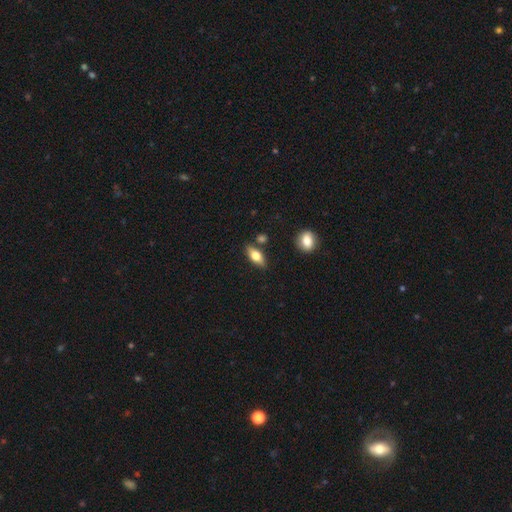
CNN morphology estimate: Overall: smooth (66%; featured or disk 27%). How rounded: in between (77%). Merging: none (79%).